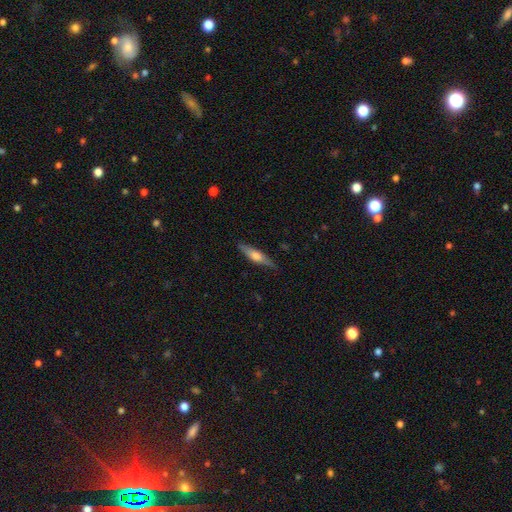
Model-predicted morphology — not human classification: The model was most divided on "smooth or featured": featured or disk: 50%, smooth: 44%, star or artifact: 6%. More confident: merging — none (84%).